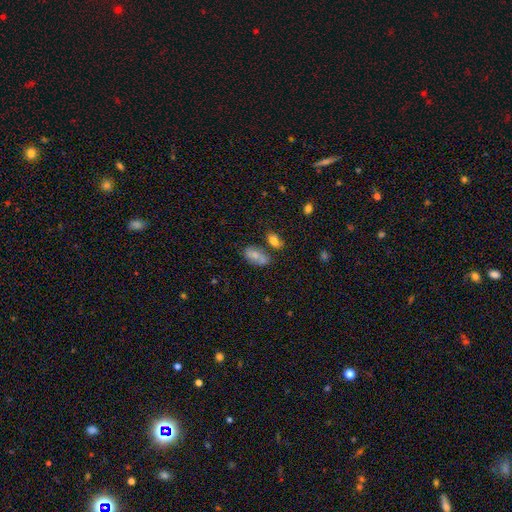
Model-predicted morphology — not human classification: type=smooth (64%); roundness=in between (89%); merging=none (53%).